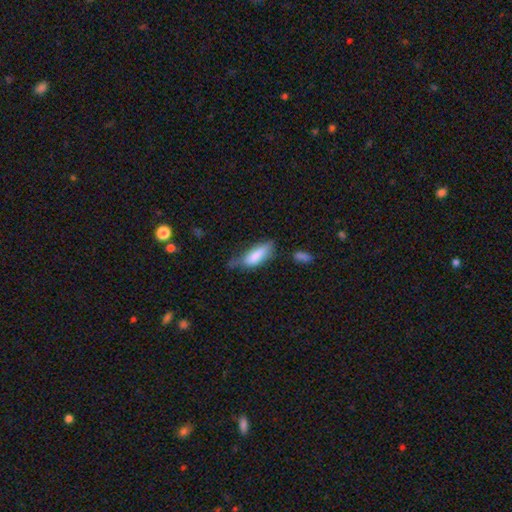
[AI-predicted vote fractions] Smooth or featured? smooth (79%)
How rounded? in between (65%)
Merging? minor disturbance (41%)